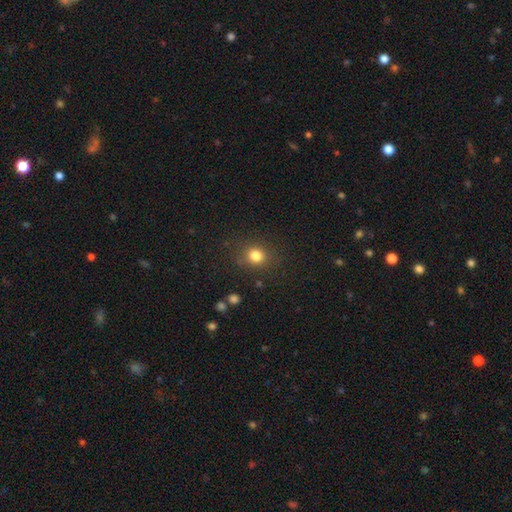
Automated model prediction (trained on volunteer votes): Smooth or featured?
  - smooth: 81% *
  - star or artifact: 13%
  - featured or disk: 6%
How rounded?
  - round: 75% *
  - in between: 24%
  - cigar-shaped: 1%
Merging?
  - none: 84% *
  - minor disturbance: 10%
  - major disturbance: 4%
  - merger: 2%